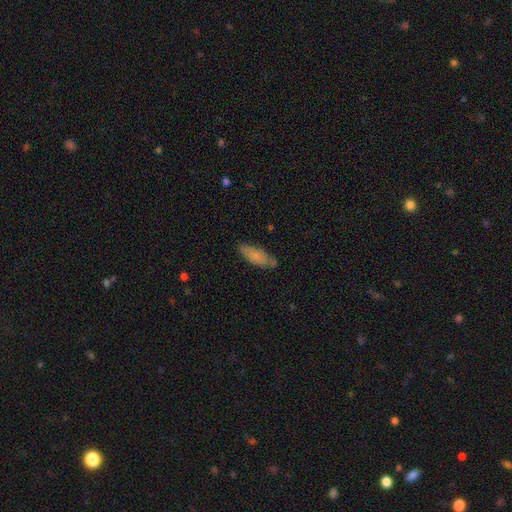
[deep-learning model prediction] Morphology: type=smooth (81%); roundness=in between (55%); merging=none (72%).